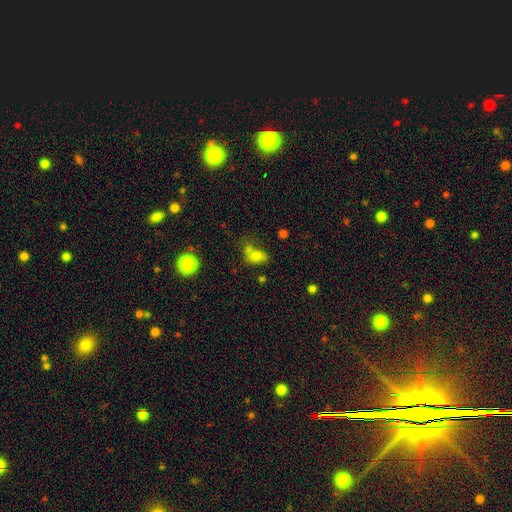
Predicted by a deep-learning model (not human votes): This appears to be a smooth galaxy with no disk features (74%) that is in between round and cigar-shaped (75%). Merging: none (40%).